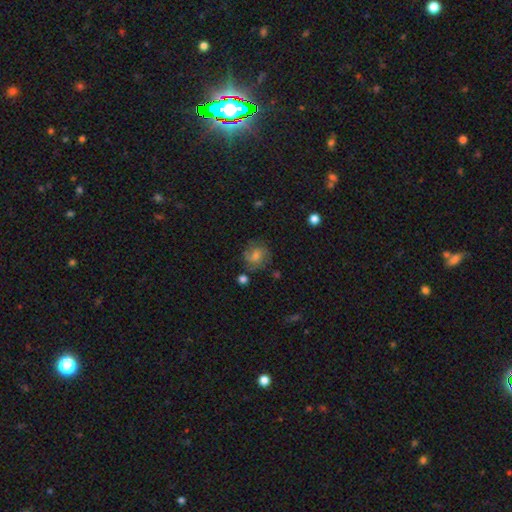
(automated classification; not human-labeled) smooth_or_featured: featured or disk (p=0.44) [alt: smooth p=0.42]
merging: none (p=0.72) [alt: minor disturbance p=0.17]